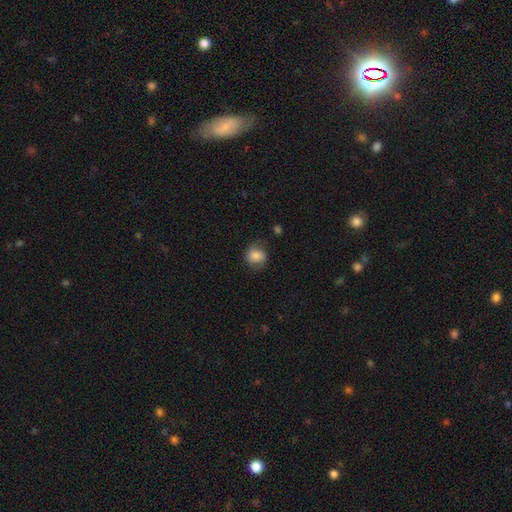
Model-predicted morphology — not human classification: Smooth or featured? smooth (69%)
How rounded? round (69%)
Merging? none (65%)